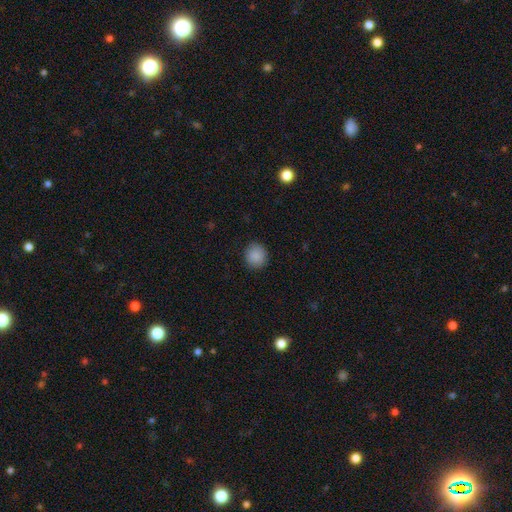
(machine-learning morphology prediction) Smooth or featured?
  - smooth: 89% *
  - star or artifact: 8%
  - featured or disk: 3%
How rounded?
  - round: 85% *
  - in between: 14%
  - cigar-shaped: 1%
Merging?
  - none: 88% *
  - minor disturbance: 9%
  - major disturbance: 2%
  - merger: 1%